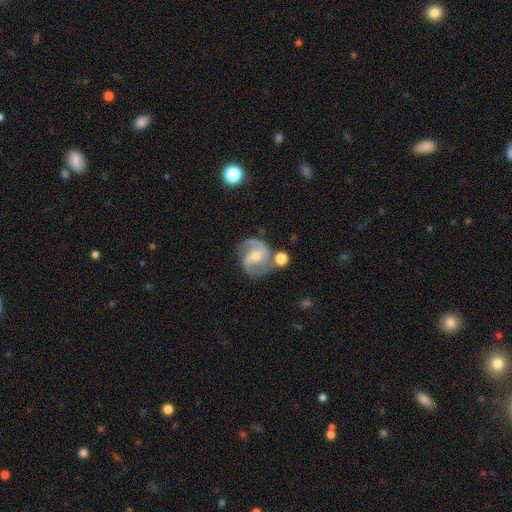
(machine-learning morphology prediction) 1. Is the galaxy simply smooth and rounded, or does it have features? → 88% featured or disk, 7% smooth, 6% star or artifact.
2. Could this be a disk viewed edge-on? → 98% no, 2% yes.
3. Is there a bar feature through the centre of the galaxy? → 42% weak, 37% no, 22% strong.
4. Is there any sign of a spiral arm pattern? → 97% yes, 3% no.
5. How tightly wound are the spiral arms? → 56% medium, 24% loose, 20% tight.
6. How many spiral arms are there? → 90% 2, 3% can't tell, 3% 3, 2% 1, 1% 4, 1% more than 4.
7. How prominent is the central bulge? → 54% small, 42% moderate, 2% none, 1% large, 1% dominant.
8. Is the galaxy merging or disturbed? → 72% none, 15% minor disturbance, 8% merger, 5% major disturbance.